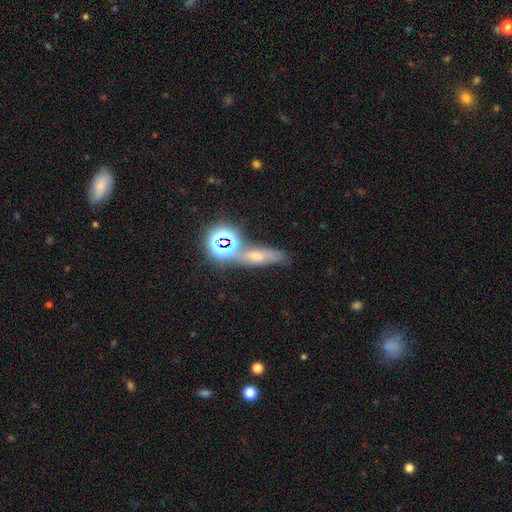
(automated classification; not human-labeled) A smooth galaxy with no disk features (47%).

Vote fractions:
- Smooth or featured? smooth: 47% / star or artifact: 31% / featured or disk: 22%
- Merging? none: 53% / merger: 22% / minor disturbance: 17% / major disturbance: 8%